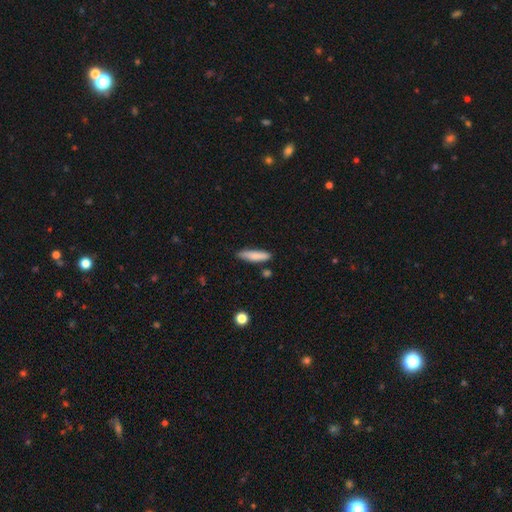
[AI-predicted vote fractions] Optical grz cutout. It shows a smooth galaxy with no disk features (82%) that is cigar-shaped (75%). Merging: none (79%).